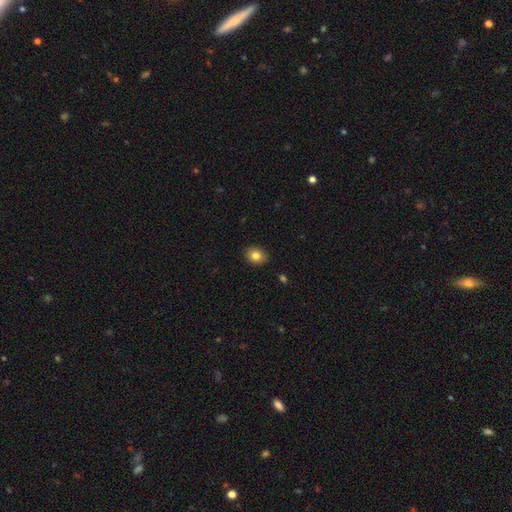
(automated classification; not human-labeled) Smooth or featured? Predicted: smooth (p=0.82). How rounded? Predicted: in between (p=0.51). Merging? Predicted: none (p=0.90).